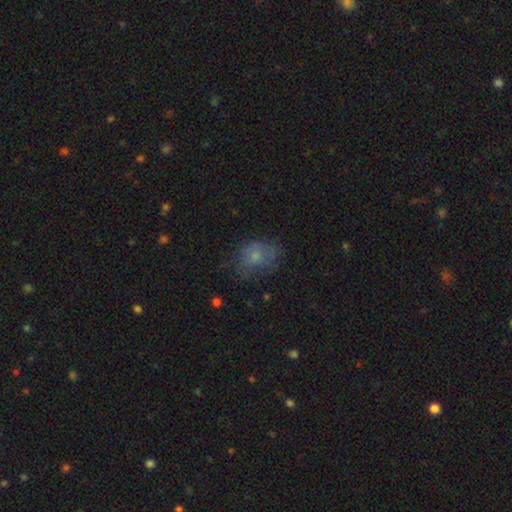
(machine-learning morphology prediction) smooth_or_featured: smooth (p=0.66) [alt: featured or disk p=0.21]
how_rounded: in between (p=0.56) [alt: round p=0.43]
merging: none (p=0.51) [alt: minor disturbance p=0.28]